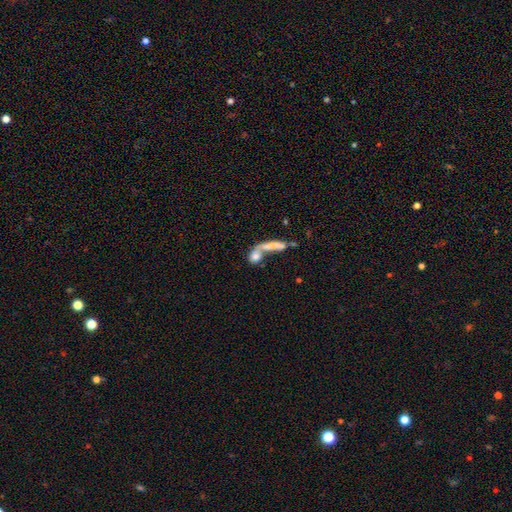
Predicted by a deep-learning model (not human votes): Smooth or featured: smooth — 68% (featured or disk — 23%)
How rounded: in between — 40% (round — 32%)
Merging: merger — 57% (none — 24%)